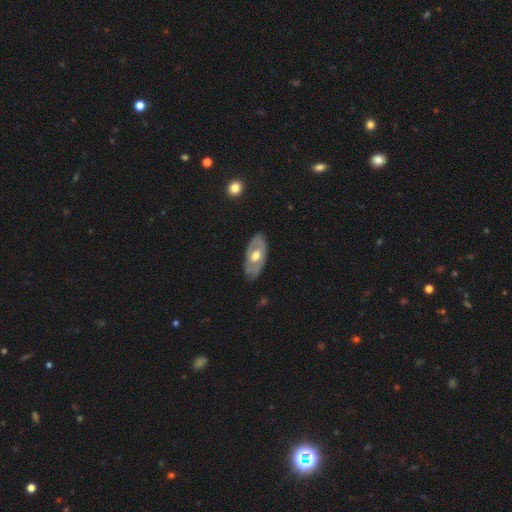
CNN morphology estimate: This is possibly a featured or disk galaxy (59%). It is clearly not viewed edge-on (85%). Bar: likely no (73%). Spiral arm pattern: likely no (70%). Central bulge: likely moderate (68%). Merging: likely none (78%).